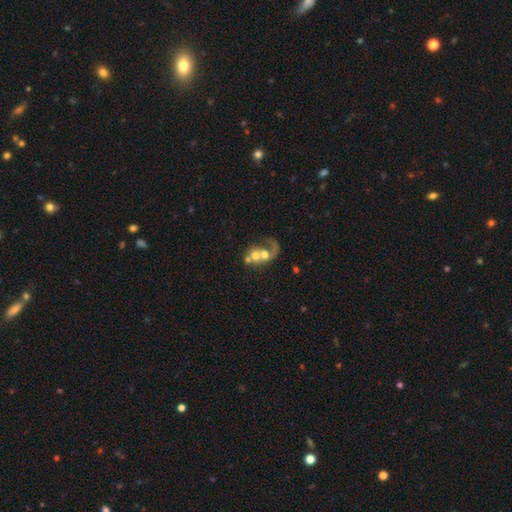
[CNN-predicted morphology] The model was most divided on "spiral arms" (2-way tie): no: 50%, yes: 50%. Remaining: edge-on disk — no (97%); bar — no (83%); merging — merger (64%); smooth or featured — featured or disk (56%); bulge size — moderate (43%).